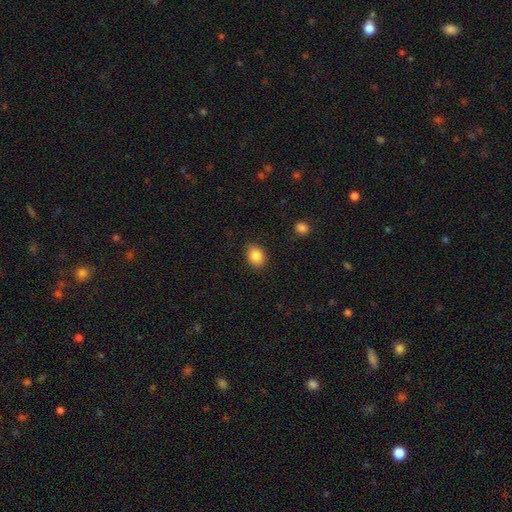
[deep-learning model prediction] smooth 85%, star or artifact 9%, featured or disk 6%. Down the decision tree: how rounded — in between (59%); merging — none (88%).